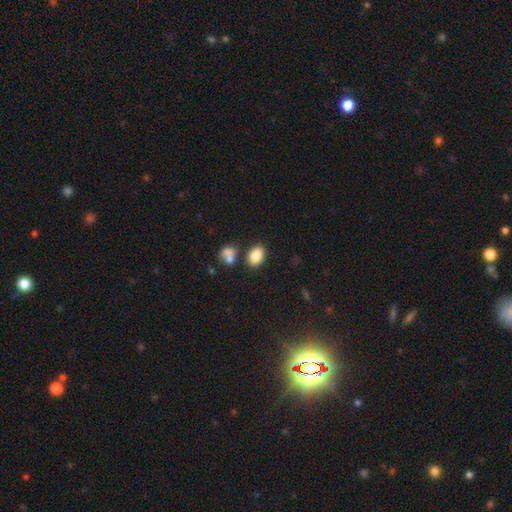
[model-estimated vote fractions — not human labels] smooth 85%, star or artifact 9%, featured or disk 7%. Down the decision tree: how rounded — in between (81%); merging — none (74%).